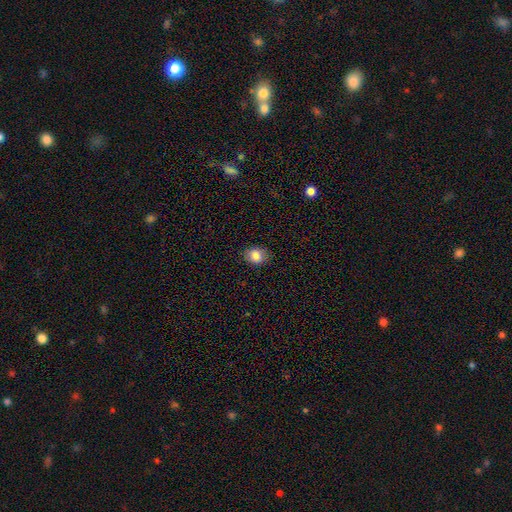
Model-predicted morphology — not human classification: This is clearly a smooth galaxy (84%). How rounded: possibly round (51%). Merging: clearly none (87%).